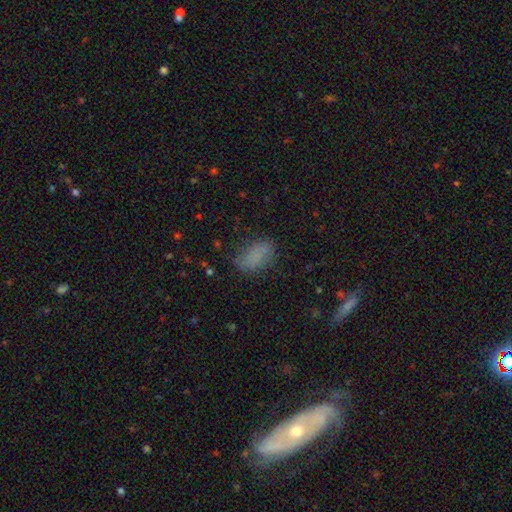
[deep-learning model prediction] Smooth or featured? Predicted: smooth (p=0.80). How rounded? Predicted: in between (p=0.90). Merging? Predicted: none (p=0.74).